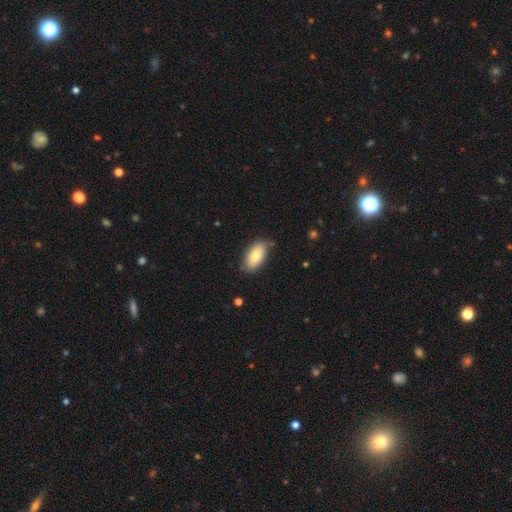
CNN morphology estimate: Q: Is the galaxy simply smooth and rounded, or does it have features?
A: smooth — 80%.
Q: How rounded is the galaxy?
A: in between — 93%.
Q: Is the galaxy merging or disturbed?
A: none — 81%.